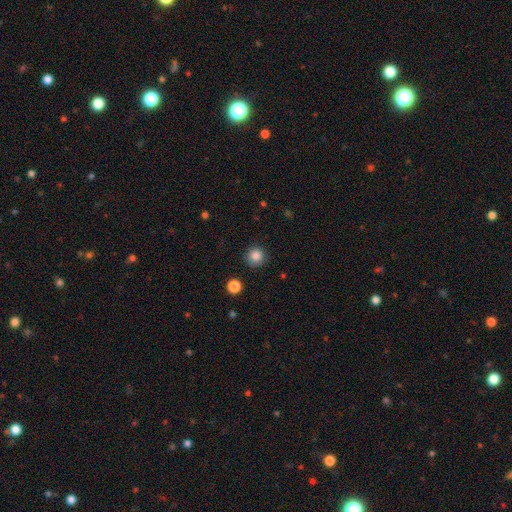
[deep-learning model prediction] Smooth or featured?
  - smooth: 85% *
  - star or artifact: 11%
  - featured or disk: 4%
How rounded?
  - round: 94% *
  - in between: 5%
  - cigar-shaped: 1%
Merging?
  - none: 88% *
  - minor disturbance: 8%
  - major disturbance: 2%
  - merger: 1%